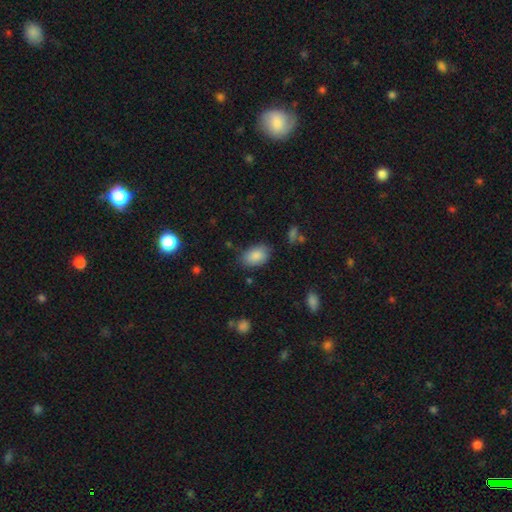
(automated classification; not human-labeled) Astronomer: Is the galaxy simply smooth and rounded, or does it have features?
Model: smooth — 87%.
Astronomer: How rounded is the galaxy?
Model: in between — 89%.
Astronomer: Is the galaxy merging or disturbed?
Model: none — 77%.